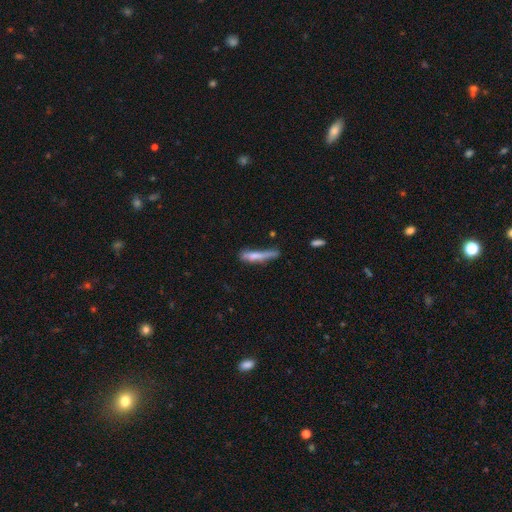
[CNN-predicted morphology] type=smooth (66%); roundness=cigar-shaped (87%); merging=none (40%).